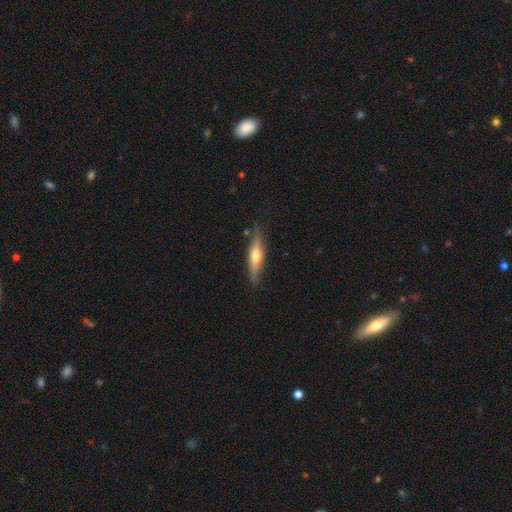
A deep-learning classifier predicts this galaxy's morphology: A smooth galaxy with no disk features (48%). Merging: none (80%).